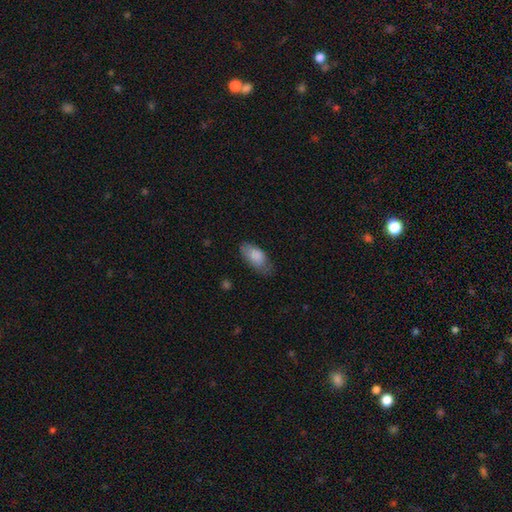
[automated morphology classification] Overall: smooth (85%). How rounded: in between (91%). Merging: none (62%; minor disturbance 29%).